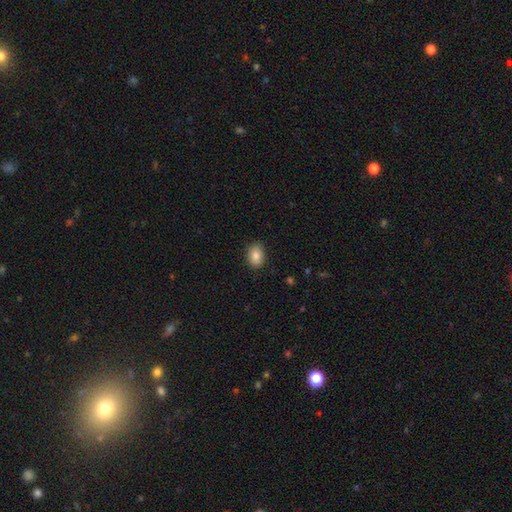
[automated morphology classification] This appears to be a smooth galaxy with no disk features (85%) that is in between round and cigar-shaped (73%). Merging: none (87%).